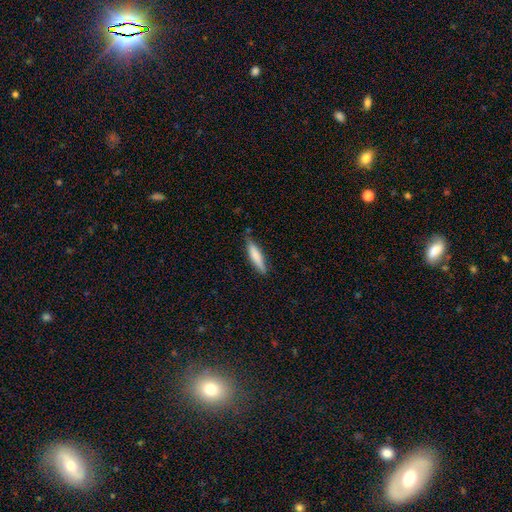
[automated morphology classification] smooth_or_featured: smooth (p=0.78) [alt: featured or disk p=0.17]
how_rounded: cigar-shaped (p=0.78) [alt: in between p=0.20]
merging: none (p=0.79) [alt: minor disturbance p=0.17]